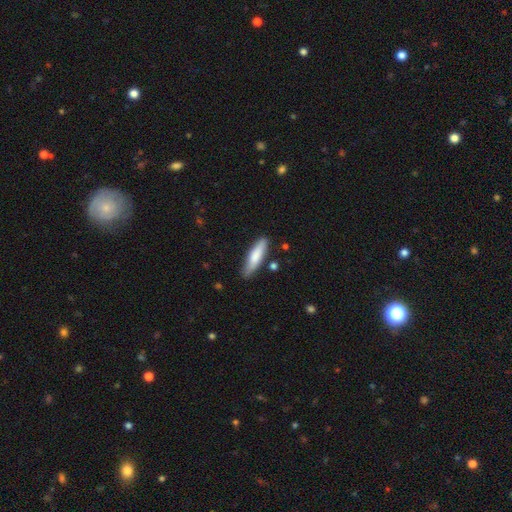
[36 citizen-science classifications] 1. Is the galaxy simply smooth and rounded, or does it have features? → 69% smooth, 28% featured or disk, 3% star or artifact.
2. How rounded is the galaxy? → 64% cigar-shaped, 32% in between, 4% round.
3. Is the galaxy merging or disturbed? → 83% none, 11% minor disturbance, 6% major disturbance, 0% merger.